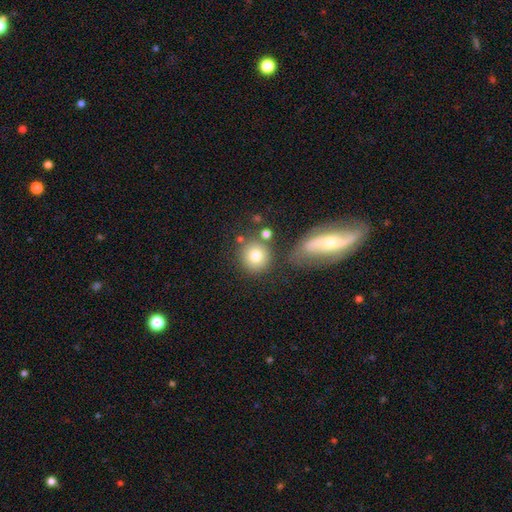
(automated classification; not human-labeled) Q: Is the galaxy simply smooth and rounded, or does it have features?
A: smooth — 79%.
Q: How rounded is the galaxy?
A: round — 88%.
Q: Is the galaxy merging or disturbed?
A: none — 68%.